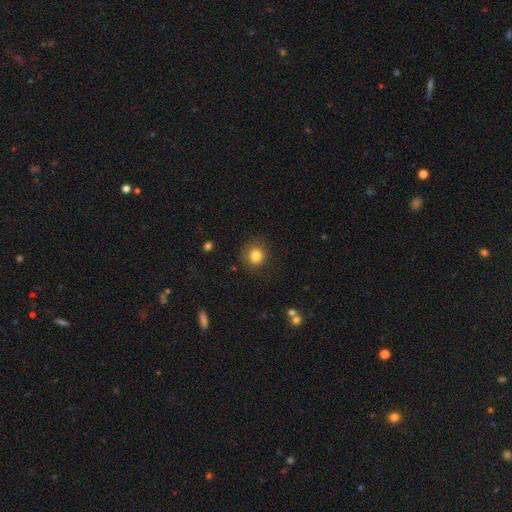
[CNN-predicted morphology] Q: Smooth or featured?
A: smooth (83%); runner-up: star or artifact (11%)
Q: How rounded?
A: round (90%); runner-up: in between (9%)
Q: Merging?
A: none (87%); runner-up: minor disturbance (9%)